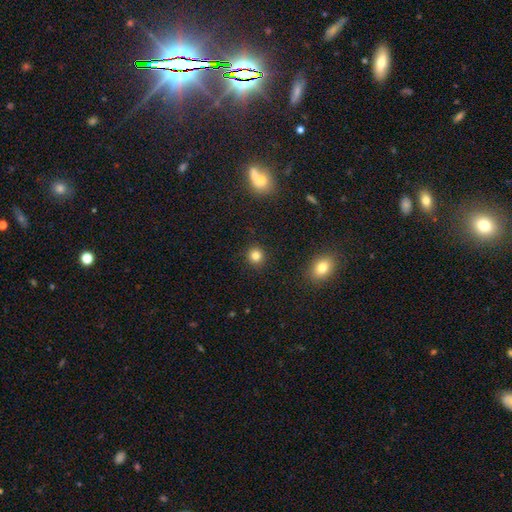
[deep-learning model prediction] Smooth or featured? Predicted: smooth (p=0.82). How rounded? Predicted: round (p=0.91). Merging? Predicted: none (p=0.91).